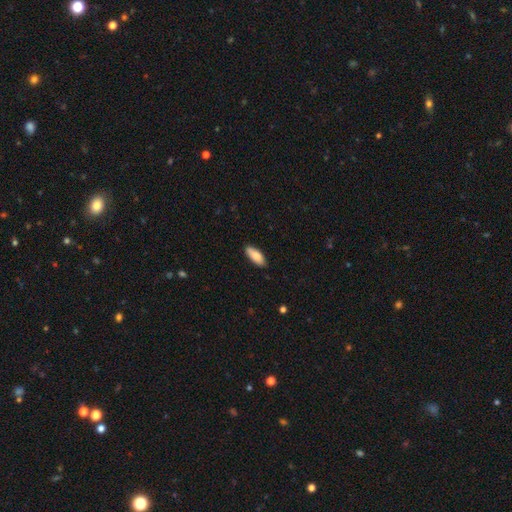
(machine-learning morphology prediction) A smooth galaxy with no disk features (85%) that is in between round and cigar-shaped (80%). Merging: none (86%).